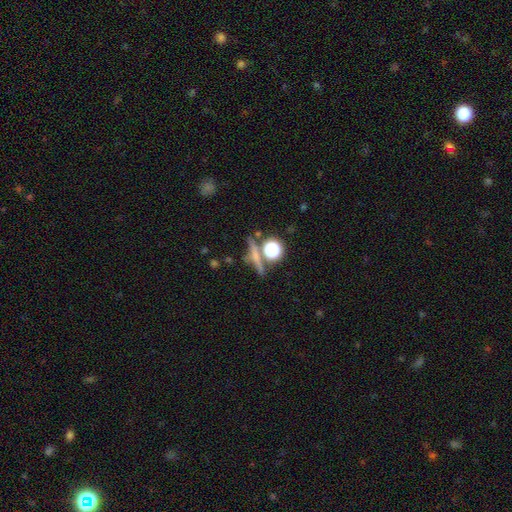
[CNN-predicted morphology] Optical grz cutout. It shows a smooth galaxy with no disk features (45%). Merging: none (72%).